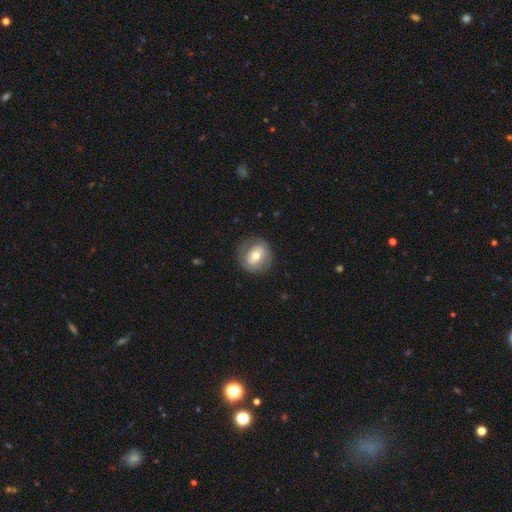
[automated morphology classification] Smooth or featured? smooth (51%)
How rounded? round (81%)
Merging? none (80%)